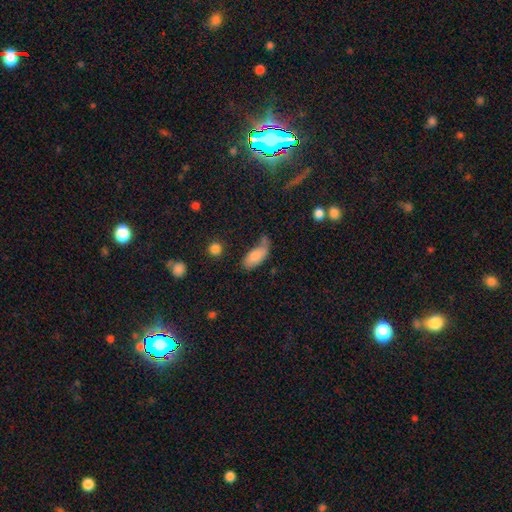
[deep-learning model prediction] A smooth galaxy with no disk features (79%) that is in between round and cigar-shaped (89%).

Vote fractions:
- Smooth or featured? smooth: 79% / featured or disk: 13% / star or artifact: 7%
- How rounded? in between: 89% / cigar-shaped: 9% / round: 3%
- Merging? none: 41% / minor disturbance: 32% / major disturbance: 16% / merger: 11%